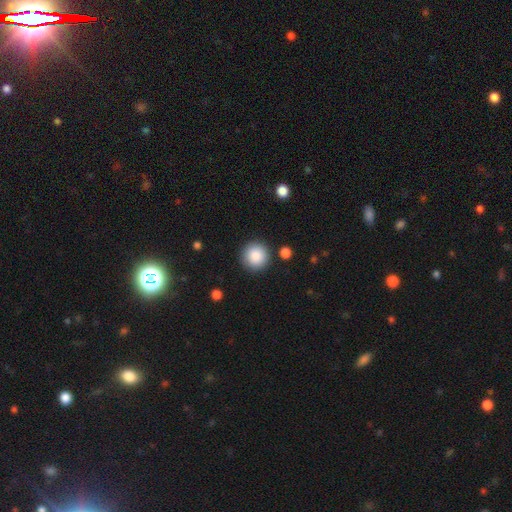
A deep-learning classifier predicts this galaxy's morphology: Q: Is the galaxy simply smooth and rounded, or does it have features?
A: smooth — 88%.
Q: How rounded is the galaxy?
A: round — 95%.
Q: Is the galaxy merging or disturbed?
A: none — 89%.